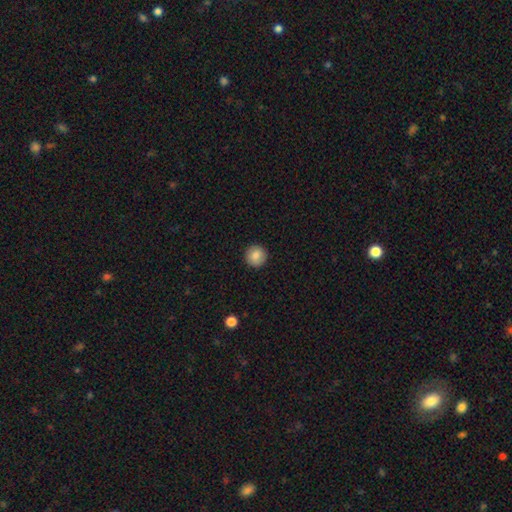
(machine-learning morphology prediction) The model was most divided on "smooth or featured": smooth: 85%, star or artifact: 8%, featured or disk: 6%. More confident: how rounded — round (96%); merging — none (93%).